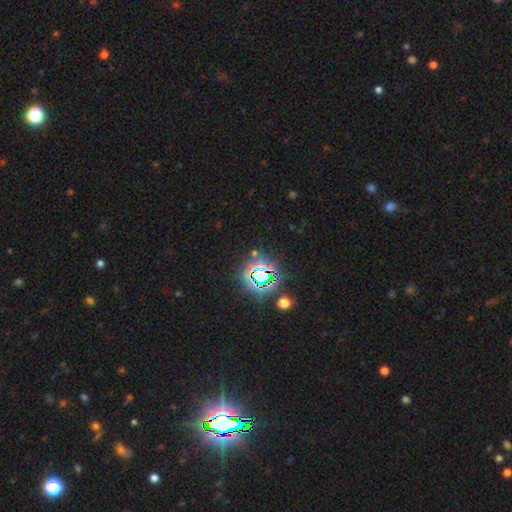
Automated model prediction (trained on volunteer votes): A star or artifact, not a galaxy (78%).